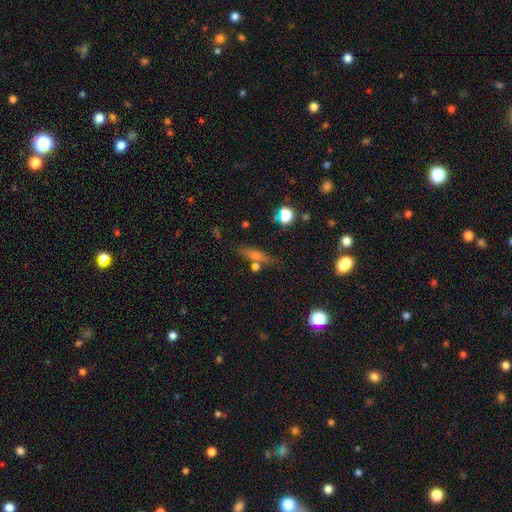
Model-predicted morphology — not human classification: type=smooth (53%); roundness=cigar-shaped (73%); merging=none (77%).